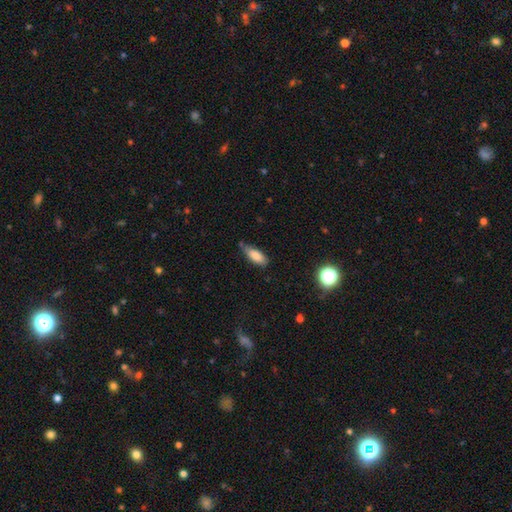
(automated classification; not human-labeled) Smooth or featured? Predicted: smooth (p=0.82). How rounded? Predicted: in between (p=0.72). Merging? Predicted: none (p=0.65).